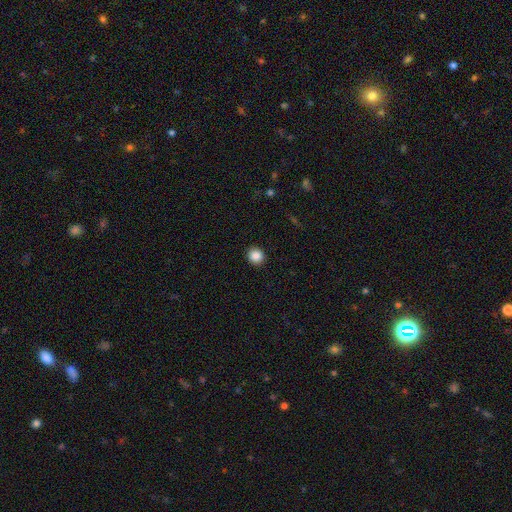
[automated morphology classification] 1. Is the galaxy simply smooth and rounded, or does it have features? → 87% smooth, 10% star or artifact, 4% featured or disk.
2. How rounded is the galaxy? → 84% round, 15% in between, 1% cigar-shaped.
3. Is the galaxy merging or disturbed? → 92% none, 5% minor disturbance, 2% major disturbance, 1% merger.